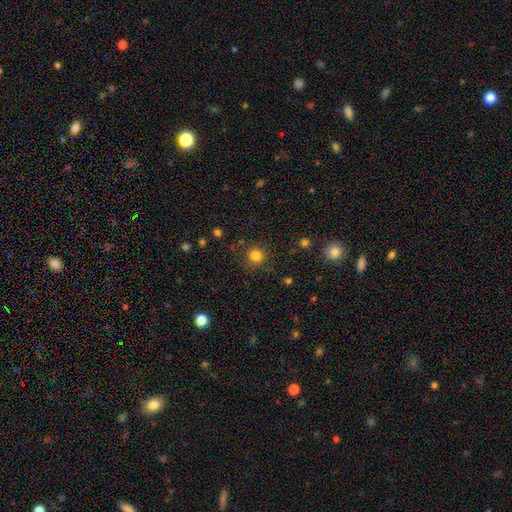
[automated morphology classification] Smooth or featured? smooth (82%)
How rounded? round (93%)
Merging? none (87%)